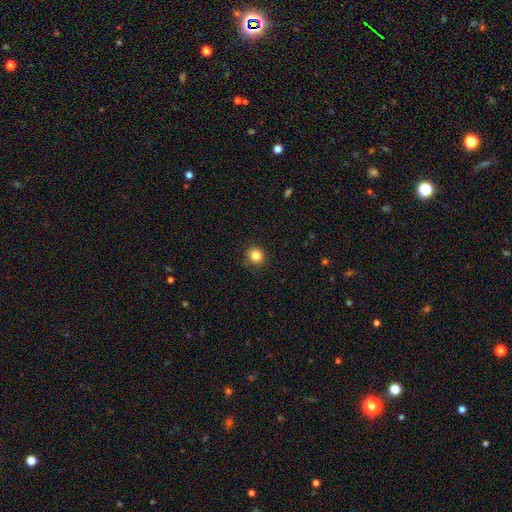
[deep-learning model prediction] smooth 83%, star or artifact 12%, featured or disk 5%. Down the decision tree: how rounded — round (90%); merging — none (88%).